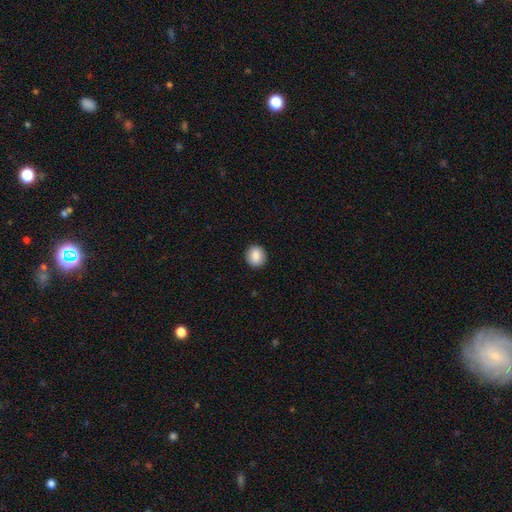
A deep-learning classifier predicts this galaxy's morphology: This is clearly a smooth galaxy (87%). How rounded: clearly round (85%). Merging: clearly none (91%).